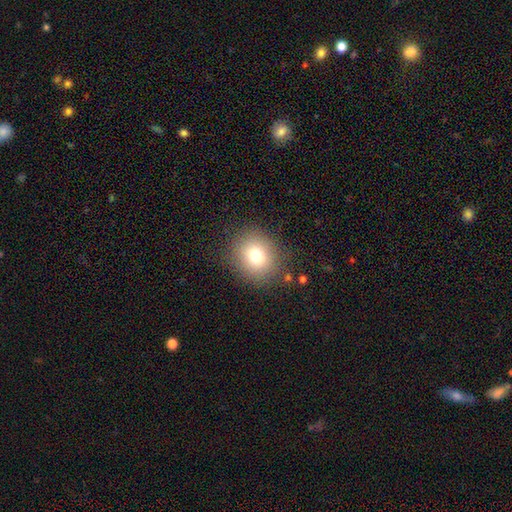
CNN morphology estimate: smooth-or-featured: smooth: 76% | star or artifact: 13% | featured or disk: 11%
  how-rounded: round: 81% | in between: 18% | cigar-shaped: 1%
  merging: none: 85% | minor disturbance: 9% | major disturbance: 4% | merger: 2%